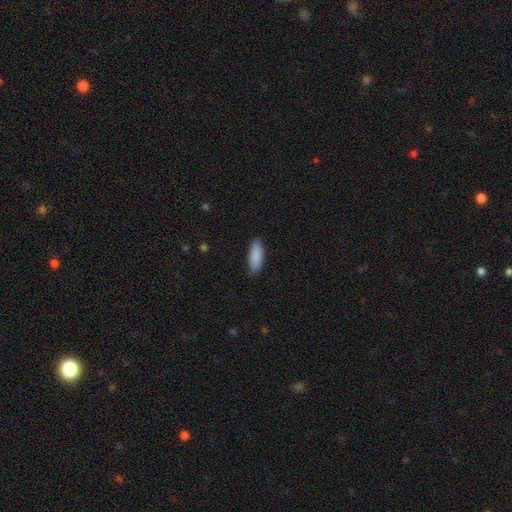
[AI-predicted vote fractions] The model was most divided on "how rounded": in between: 65%, cigar-shaped: 33%, round: 2%. More confident: smooth or featured — smooth (89%); merging — none (85%).